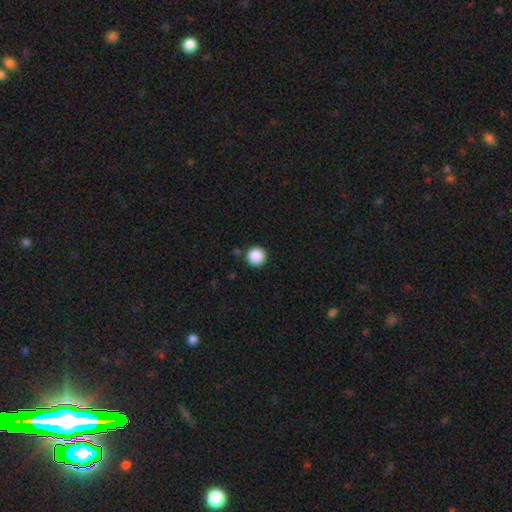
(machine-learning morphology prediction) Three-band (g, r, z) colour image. It shows a smooth galaxy with no disk features (88%) that is round (96%). Merging: none (89%).